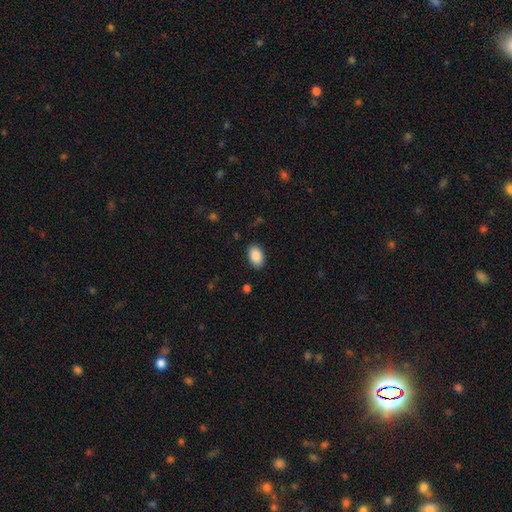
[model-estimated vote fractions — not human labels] Q: Smooth or featured?
A: smooth (89%); runner-up: star or artifact (7%)
Q: How rounded?
A: in between (91%); runner-up: round (8%)
Q: Merging?
A: none (87%); runner-up: minor disturbance (10%)